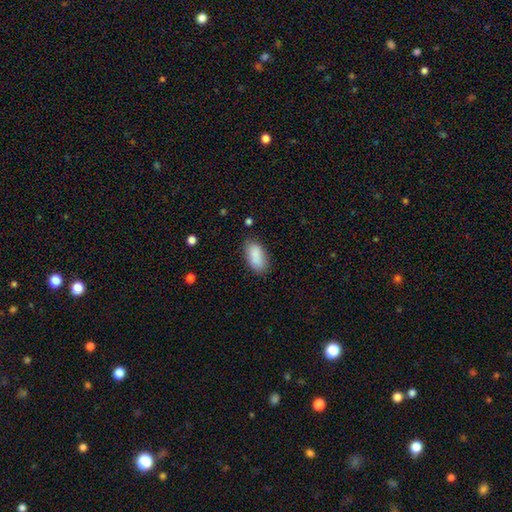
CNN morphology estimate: Smooth or featured: smooth — 88% (star or artifact — 7%)
How rounded: in between — 92% (cigar-shaped — 5%)
Merging: none — 77% (minor disturbance — 17%)